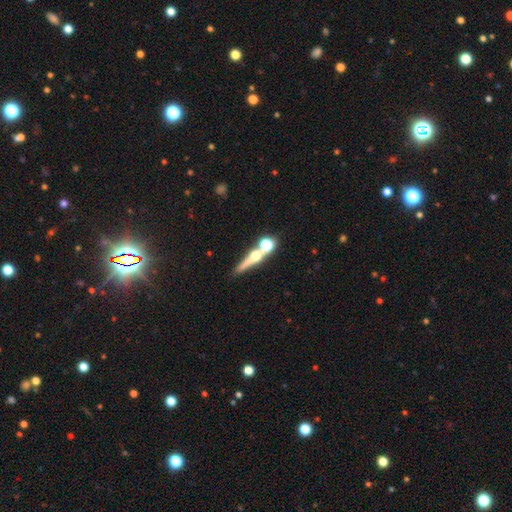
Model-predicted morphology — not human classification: This appears to be a featured or disk galaxy (55%) viewed edge-on (86%). Merging: none (52%).